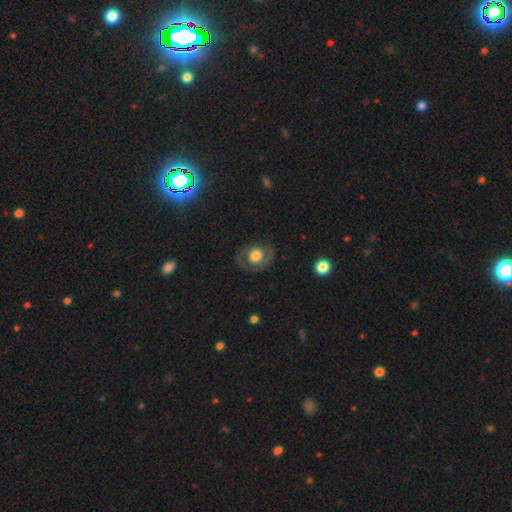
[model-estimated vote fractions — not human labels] The model was most divided on "smooth or featured": featured or disk: 51%, smooth: 41%, star or artifact: 8%. More confident: edge-on disk — no (95%); merging — none (74%).